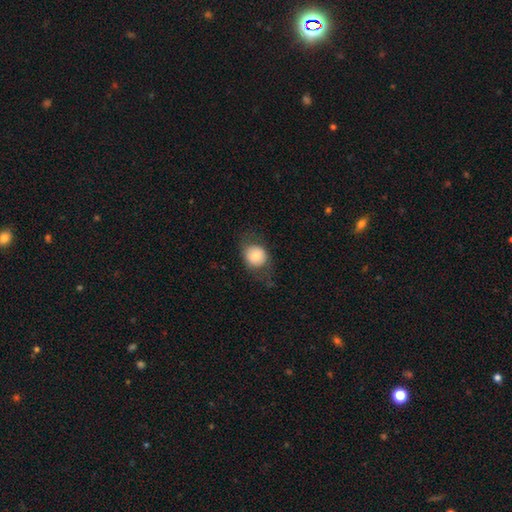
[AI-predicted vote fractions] The model was most divided on "how rounded": round: 73%, in between: 26%, cigar-shaped: 1%. More confident: smooth or featured — smooth (70%); merging — none (70%).